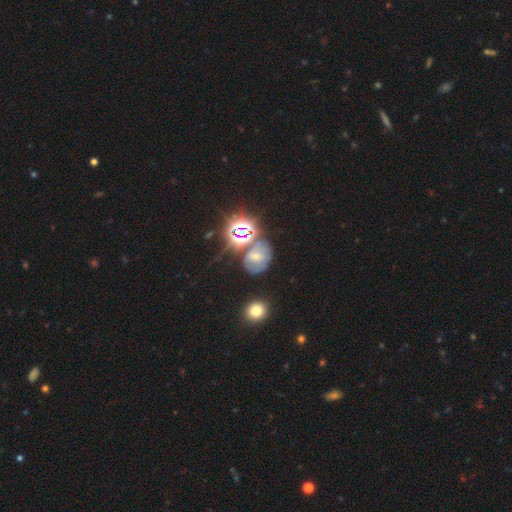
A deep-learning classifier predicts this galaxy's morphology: Smooth or featured?
  - star or artifact: 51% *
  - featured or disk: 28%
  - smooth: 22%